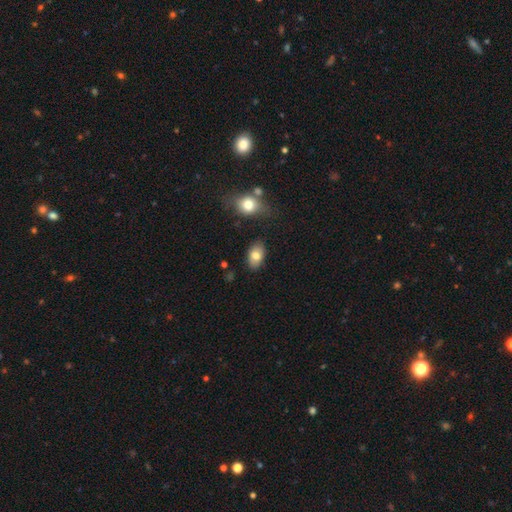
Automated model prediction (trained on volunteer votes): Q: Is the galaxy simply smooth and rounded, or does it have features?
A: smooth — 78%.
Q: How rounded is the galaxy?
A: in between — 90%.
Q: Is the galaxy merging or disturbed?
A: none — 82%.